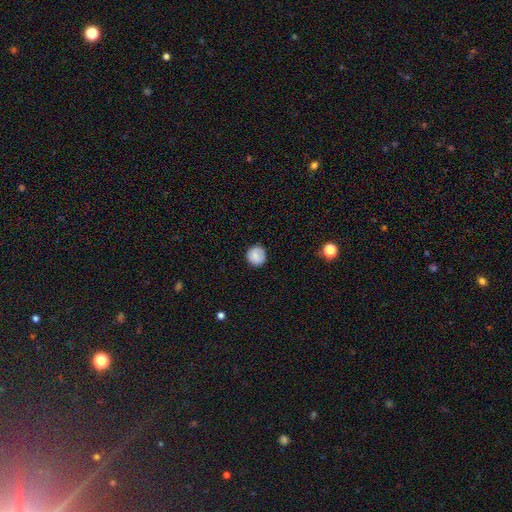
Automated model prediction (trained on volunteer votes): Q: Smooth or featured?
A: smooth (80%); runner-up: featured or disk (12%)
Q: How rounded?
A: round (93%); runner-up: in between (6%)
Q: Merging?
A: none (87%); runner-up: minor disturbance (10%)